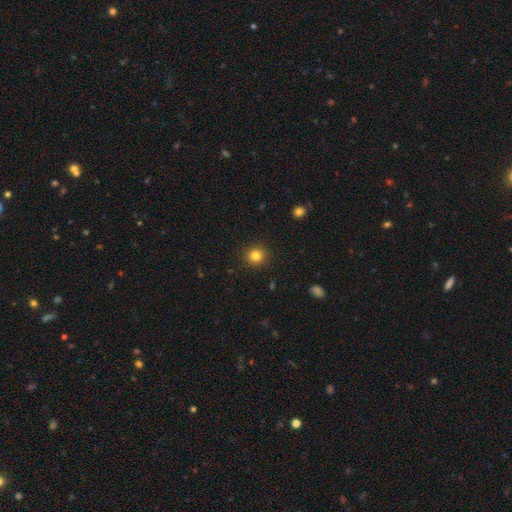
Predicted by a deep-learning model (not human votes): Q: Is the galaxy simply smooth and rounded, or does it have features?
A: smooth — 83%.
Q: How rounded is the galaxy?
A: round — 92%.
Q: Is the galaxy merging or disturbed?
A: none — 92%.